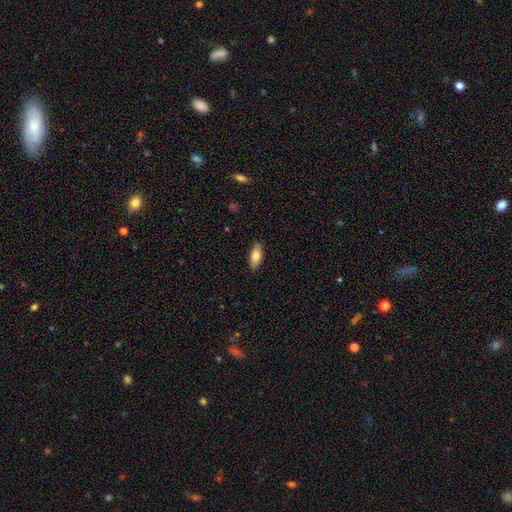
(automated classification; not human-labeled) The model was most divided on "smooth or featured": smooth: 81%, featured or disk: 13%, star or artifact: 6%. More confident: merging — none (88%); how rounded — in between (85%).